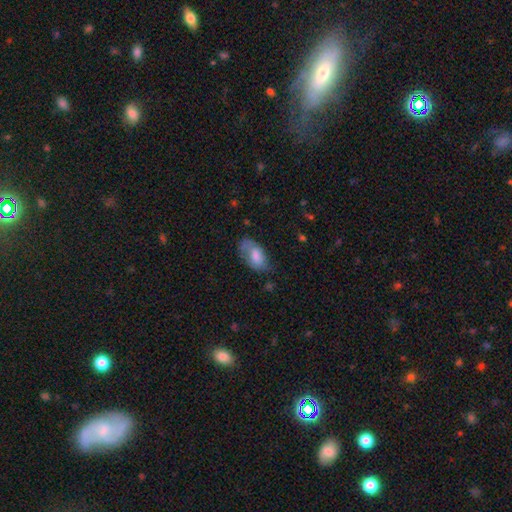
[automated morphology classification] The model was most divided on "merging": none: 45%, minor disturbance: 34%, major disturbance: 18%, merger: 3%. More confident: how rounded — in between (93%); smooth or featured — smooth (69%).